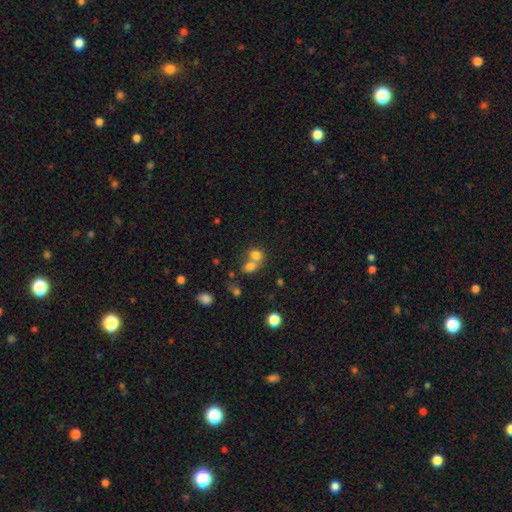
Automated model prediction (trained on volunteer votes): The model was most divided on "merging": merger: 59%, none: 31%, minor disturbance: 6%, major disturbance: 4%. More confident: smooth or featured — smooth (75%); how rounded — round (69%).